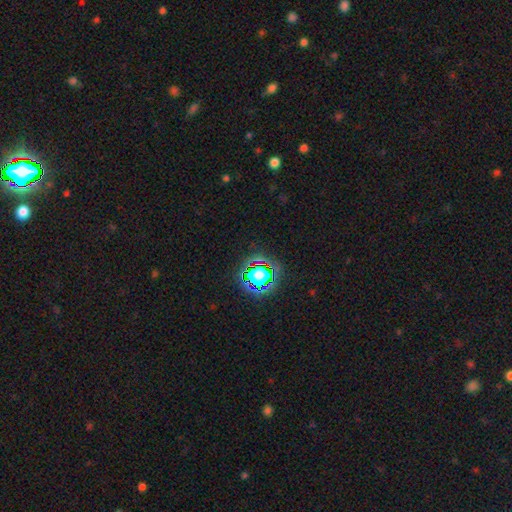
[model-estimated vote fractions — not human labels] A star or artifact, not a galaxy (77%).

Vote fractions:
- Smooth or featured? star or artifact: 77% / smooth: 14% / featured or disk: 8%